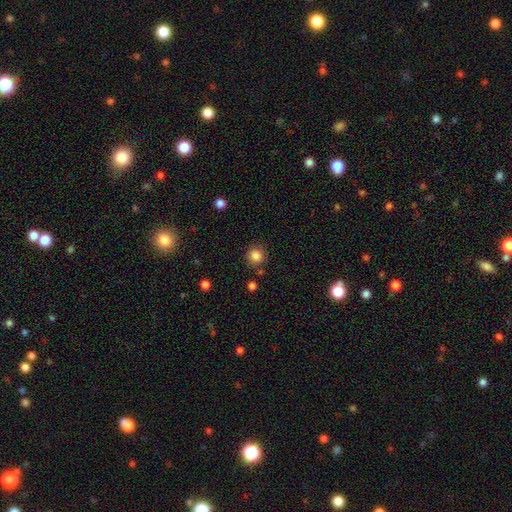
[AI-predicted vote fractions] Overall: smooth (85%). How rounded: round (91%). Merging: none (84%).